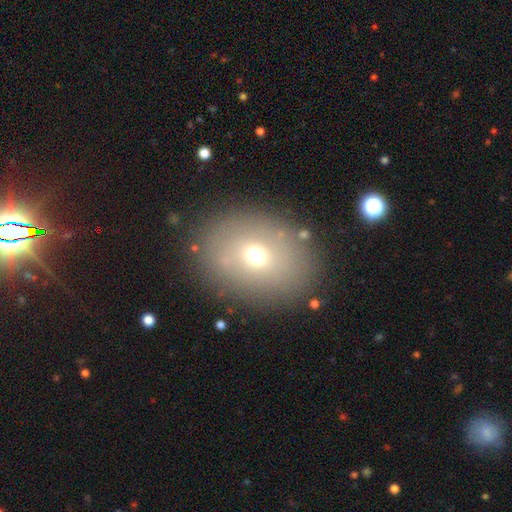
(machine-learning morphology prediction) Smooth or featured? Predicted: smooth (p=0.65). How rounded? Predicted: in between (p=0.62). Merging? Predicted: none (p=0.84).